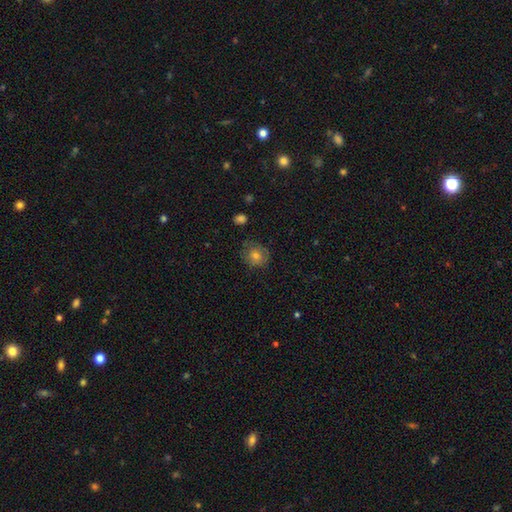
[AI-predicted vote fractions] This is likely a smooth galaxy (67%). How rounded: likely round (80%). Merging: likely none (74%).